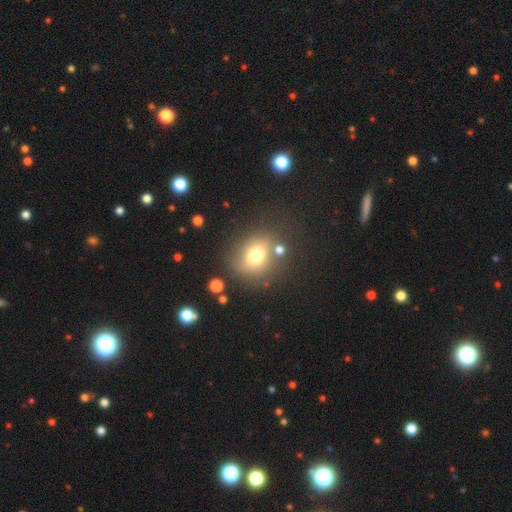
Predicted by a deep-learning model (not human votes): A smooth galaxy with no disk features (73%) that is round (67%). Merging: none (69%).